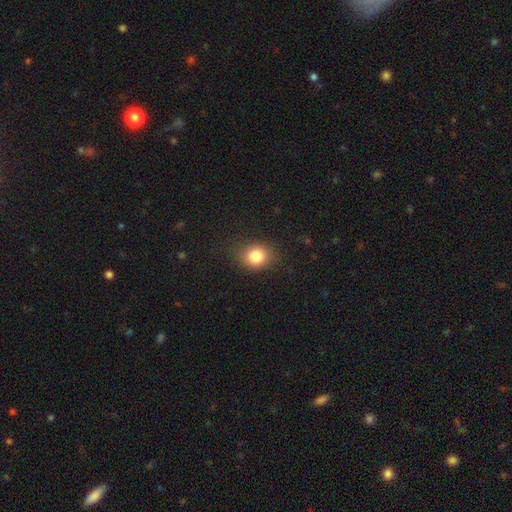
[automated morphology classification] smooth-or-featured: smooth: 82% | star or artifact: 11% | featured or disk: 7%
  how-rounded: round: 66% | in between: 33% | cigar-shaped: 1%
  merging: none: 81% | minor disturbance: 14% | major disturbance: 4% | merger: 1%